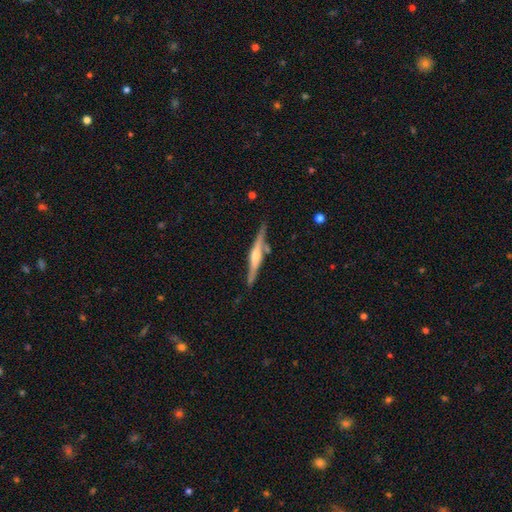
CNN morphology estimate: Smooth or featured? Predicted: featured or disk (p=0.77). Edge-on disk? Predicted: yes (p=0.97). Edge-on bulge? Predicted: rounded (p=0.80). Merging? Predicted: none (p=0.82).